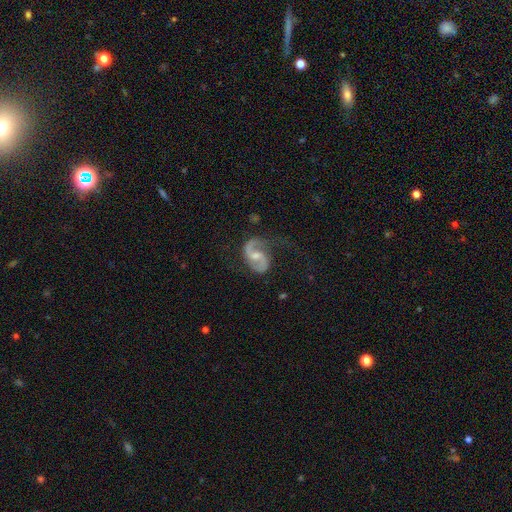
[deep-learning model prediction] Smooth or featured? Predicted: featured or disk (p=0.88). Edge-on disk? Predicted: no (p=0.98). Bar? Predicted: weak (p=0.51). Spiral arms? Predicted: yes (p=0.97). Spiral winding? Predicted: medium (p=0.47). Spiral arm count? Predicted: 2 (p=0.91). Bulge size? Predicted: moderate (p=0.48). Merging? Predicted: none (p=0.63).